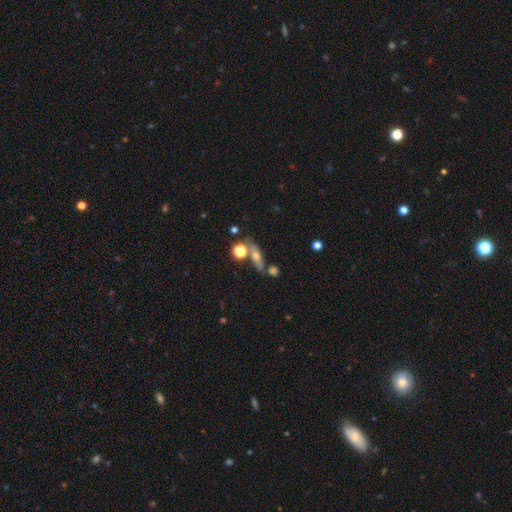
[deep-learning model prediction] Smooth or featured? Predicted: smooth (p=0.44). Merging? Predicted: none (p=0.64).